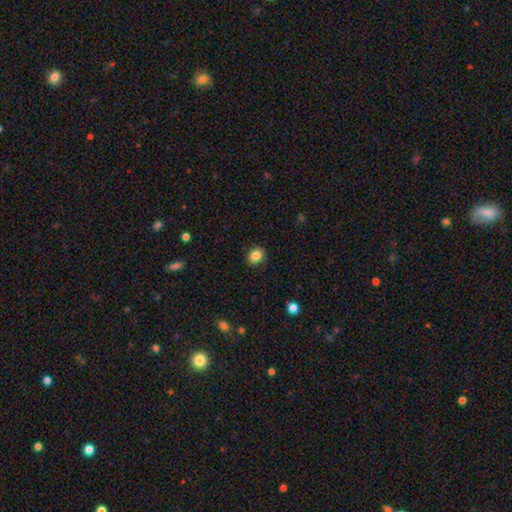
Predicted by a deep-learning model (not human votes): A smooth galaxy with no disk features (85%) that is round (59%).

Vote fractions:
- Smooth or featured? smooth: 85% / star or artifact: 10% / featured or disk: 5%
- How rounded? round: 59% / in between: 40% / cigar-shaped: 1%
- Merging? none: 90% / minor disturbance: 7% / major disturbance: 2% / merger: 1%